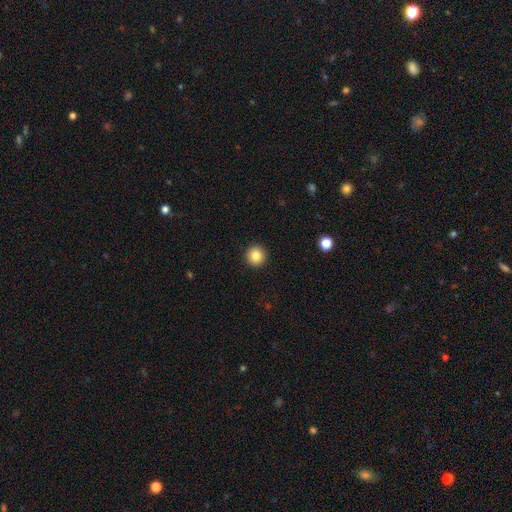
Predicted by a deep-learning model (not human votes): Smooth or featured? smooth (85%)
How rounded? round (95%)
Merging? none (93%)